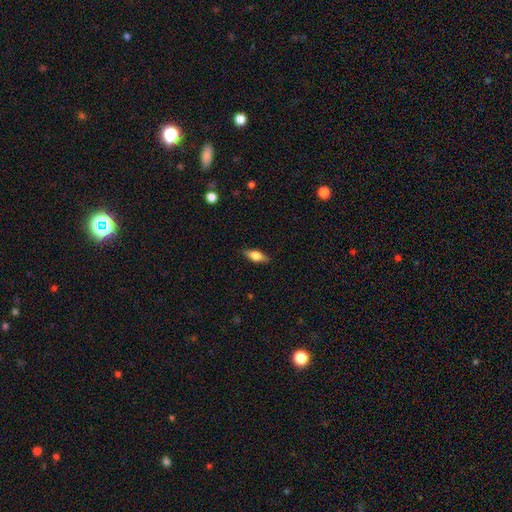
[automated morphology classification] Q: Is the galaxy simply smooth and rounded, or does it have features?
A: smooth — 71%.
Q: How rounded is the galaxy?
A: in between — 74%.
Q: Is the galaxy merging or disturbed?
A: none — 86%.